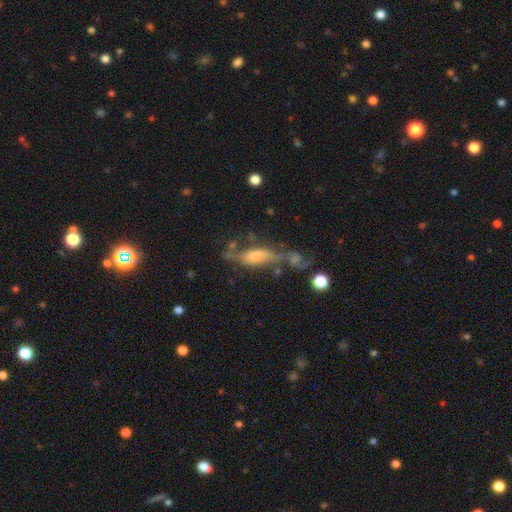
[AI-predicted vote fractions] A featured or disk galaxy (56%). Merging: none (33%).